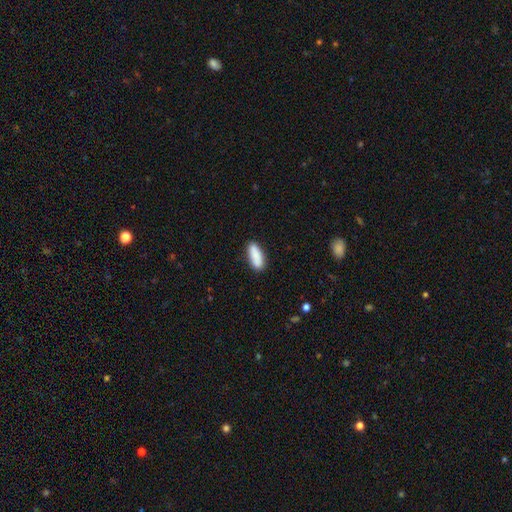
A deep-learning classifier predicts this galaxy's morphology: type=smooth (89%); roundness=in between (67%); merging=none (85%).